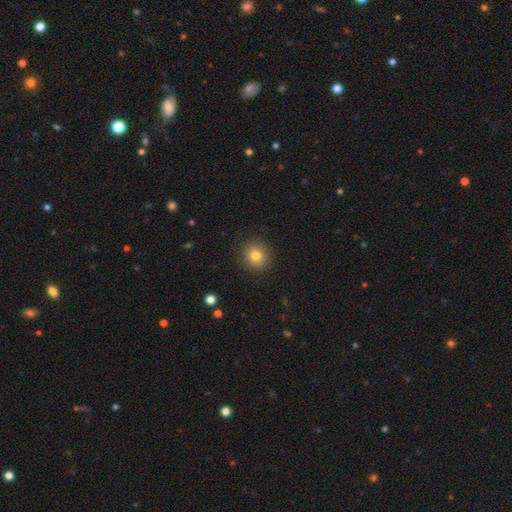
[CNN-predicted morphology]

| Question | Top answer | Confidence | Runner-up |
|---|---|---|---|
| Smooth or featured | smooth | 81% | star or artifact (11%) |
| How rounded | round | 87% | in between (12%) |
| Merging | none | 91% | minor disturbance (6%) |